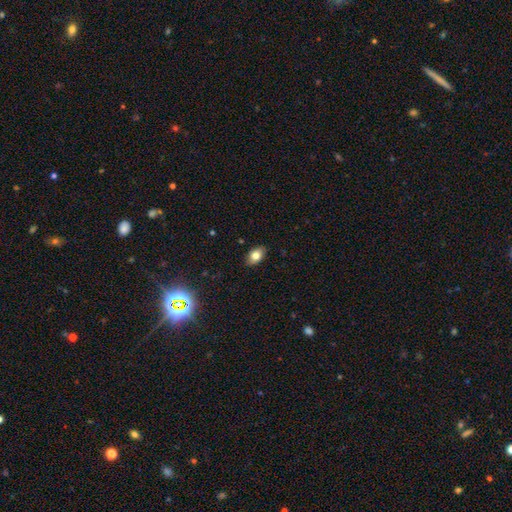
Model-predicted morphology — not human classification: The model was most divided on "smooth or featured": smooth: 78%, featured or disk: 13%, star or artifact: 9%. More confident: how rounded — in between (88%); merging — none (87%).